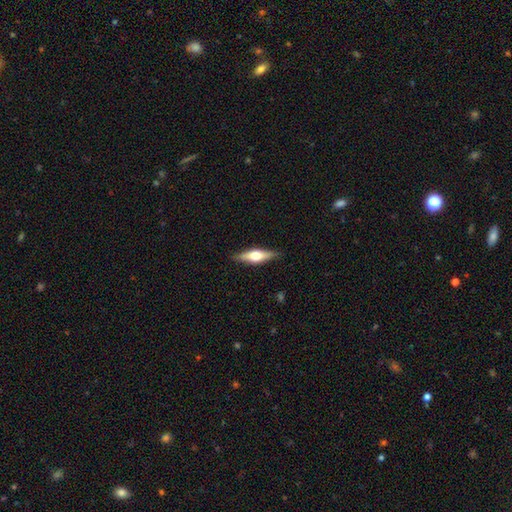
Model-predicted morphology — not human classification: This is possibly a featured or disk galaxy (59%). It is clearly viewed edge-on (94%). Edge-on bulge: clearly rounded (94%). Merging: clearly none (88%).